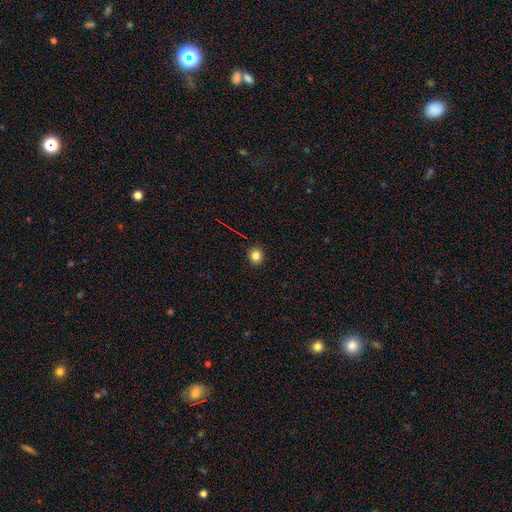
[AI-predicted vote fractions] smooth-or-featured: smooth: 81% | star or artifact: 13% | featured or disk: 6%
  how-rounded: round: 81% | in between: 18% | cigar-shaped: 1%
  merging: none: 91% | minor disturbance: 6% | major disturbance: 2% | merger: 1%